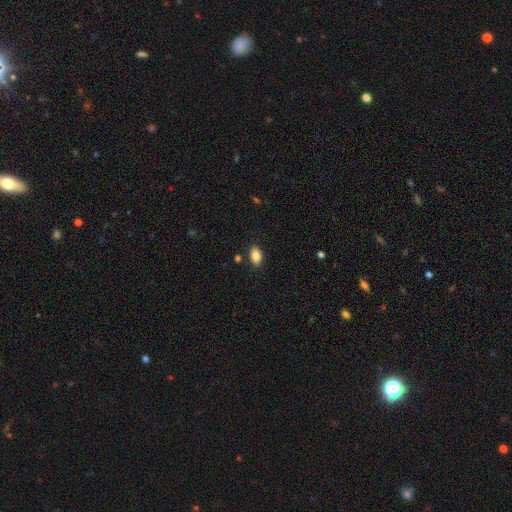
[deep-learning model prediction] Smooth or featured? Predicted: smooth (p=0.86). How rounded? Predicted: in between (p=0.92). Merging? Predicted: none (p=0.86).